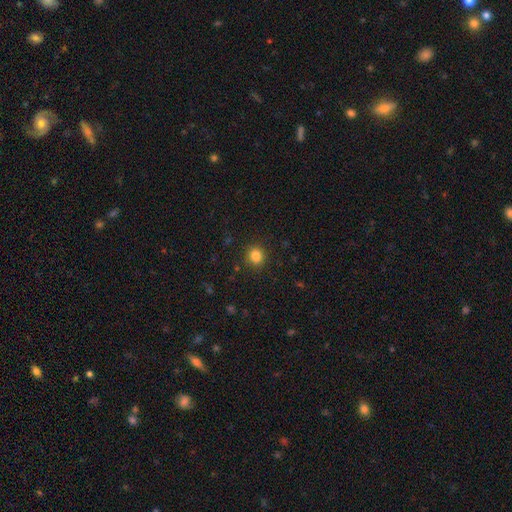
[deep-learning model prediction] Overall: smooth (84%). How rounded: round (78%). Merging: none (88%).